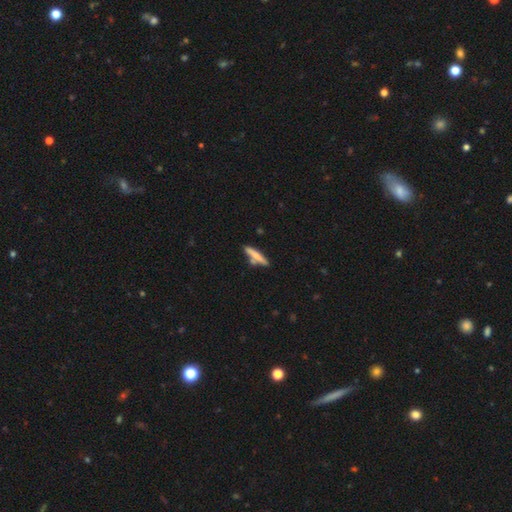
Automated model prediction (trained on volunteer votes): Smooth or featured?
  - smooth: 64% *
  - featured or disk: 30%
  - star or artifact: 6%
How rounded?
  - cigar-shaped: 89% *
  - in between: 10%
  - round: 2%
Merging?
  - none: 72% *
  - minor disturbance: 12%
  - merger: 12%
  - major disturbance: 3%